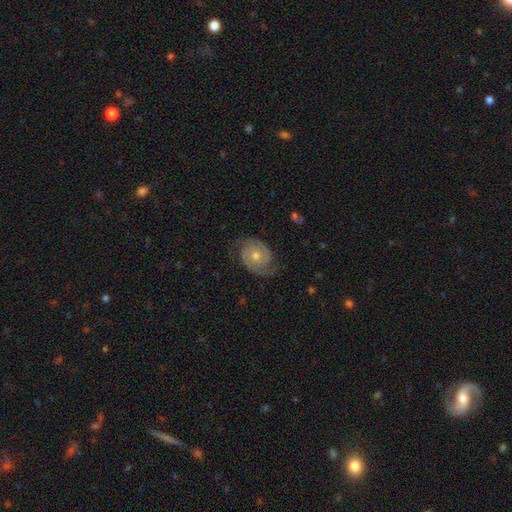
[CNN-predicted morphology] A featured or disk galaxy (86%) with no bar (76%), 2 (90%) tight (55%) spiral arms (97%) and a moderate central bulge (65%).

Vote fractions:
- Smooth or featured? featured or disk: 86% / smooth: 8% / star or artifact: 6%
- Edge-on disk? no: 97% / yes: 3%
- Bar? no: 76% / weak: 20% / strong: 4%
- Spiral arms? yes: 97% / no: 3%
- Spiral winding? tight: 55% / medium: 36% / loose: 9%
- Spiral arm count? 2: 90% / can't tell: 4% / 3: 2% / 1: 2% / 4: 1% / more than 4: 1%
- Bulge size? moderate: 65% / small: 30% / large: 3% / none: 1% / dominant: 1%
- Merging? none: 79% / minor disturbance: 15% / major disturbance: 5% / merger: 1%